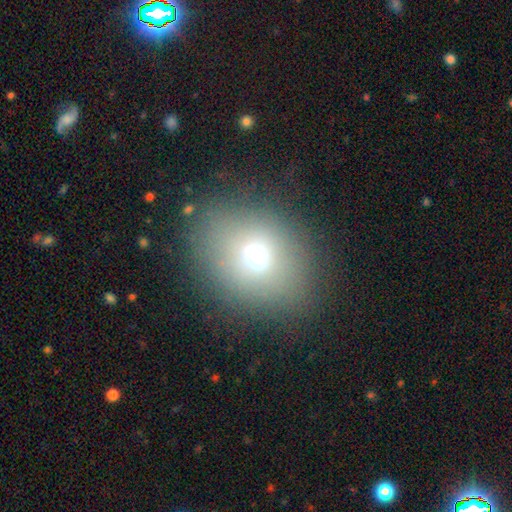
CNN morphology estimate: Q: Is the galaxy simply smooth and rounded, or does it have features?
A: smooth — 66%.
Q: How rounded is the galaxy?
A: in between — 52%.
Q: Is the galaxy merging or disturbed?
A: none — 82%.